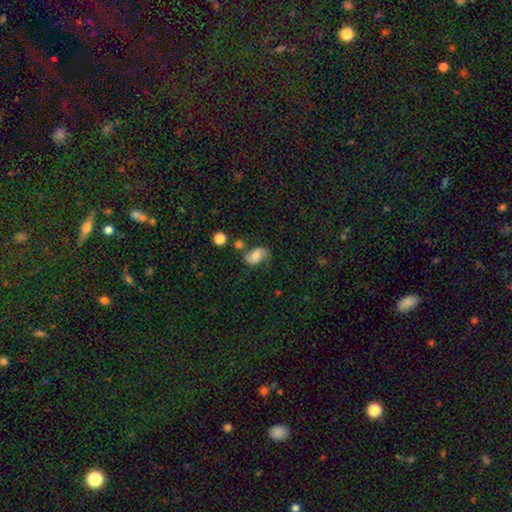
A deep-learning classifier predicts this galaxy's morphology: type=smooth (62%); roundness=in between (89%); merging=none (54%).